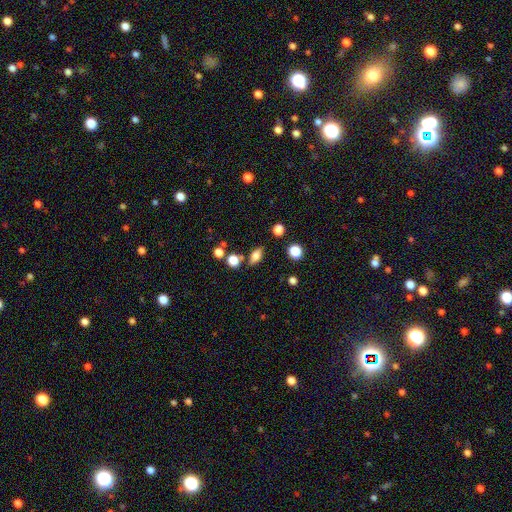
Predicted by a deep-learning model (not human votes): Q: Smooth or featured?
A: smooth (75%); runner-up: featured or disk (14%)
Q: How rounded?
A: in between (81%); runner-up: round (11%)
Q: Merging?
A: none (76%); runner-up: minor disturbance (13%)